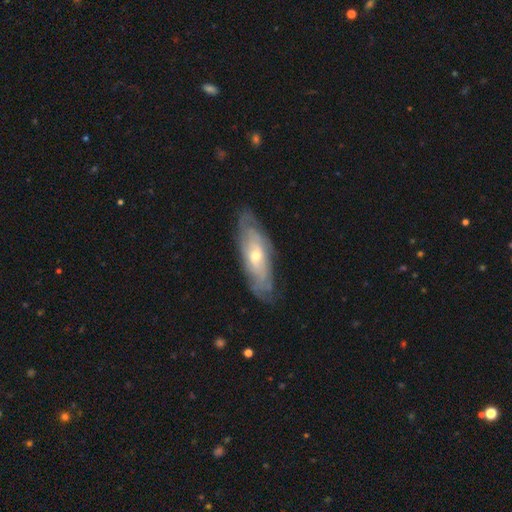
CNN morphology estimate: A featured or disk galaxy (71%) with no bar (70%), spiral arms (77%) and a moderate central bulge (50%). Merging: none (77%).